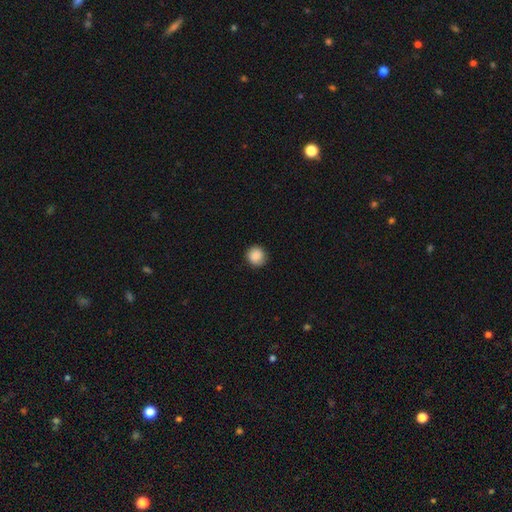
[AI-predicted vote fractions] smooth 88%, star or artifact 8%, featured or disk 4%. Down the decision tree: how rounded — round (92%); merging — none (87%).